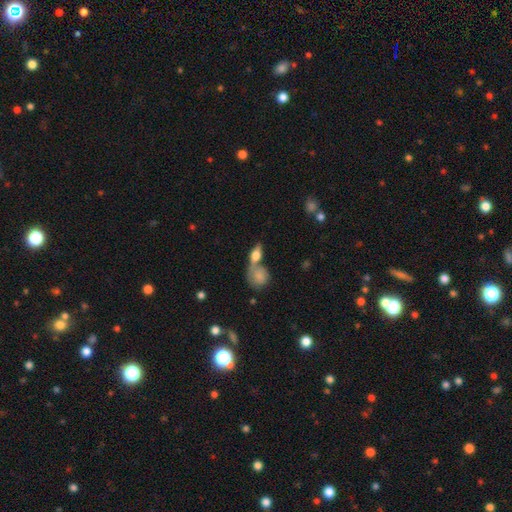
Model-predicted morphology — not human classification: smooth-or-featured: smooth: 56% | featured or disk: 35% | star or artifact: 10%
  how-rounded: in between: 61% | cigar-shaped: 21% | round: 17%
  merging: none: 46% | merger: 35% | minor disturbance: 12% | major disturbance: 6%